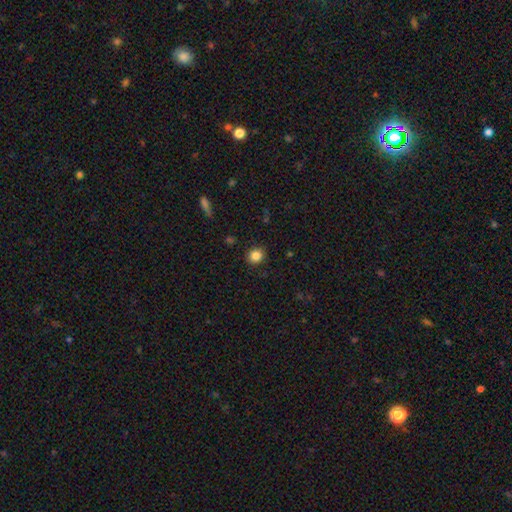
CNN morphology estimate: This appears to be a smooth galaxy with no disk features (85%) that is round (84%). Merging: none (90%).